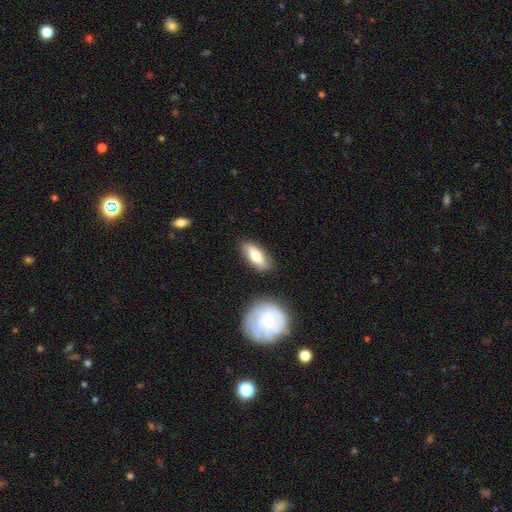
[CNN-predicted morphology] The model was most divided on "smooth or featured": smooth: 69%, featured or disk: 25%, star or artifact: 6%. More confident: merging — none (82%); how rounded — in between (72%).